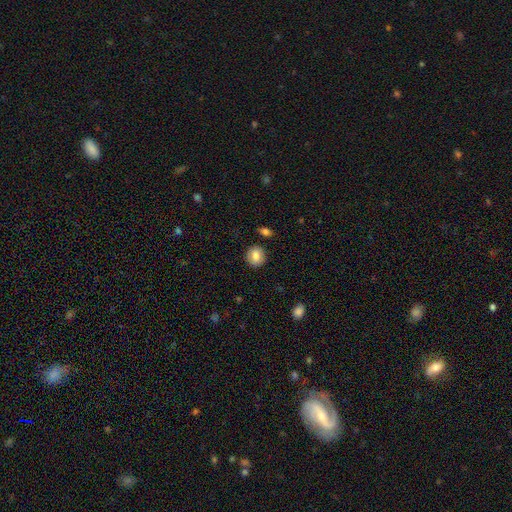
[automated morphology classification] smooth-or-featured: smooth: 82% | featured or disk: 10% | star or artifact: 8%
  how-rounded: round: 87% | in between: 12% | cigar-shaped: 1%
  merging: none: 88% | minor disturbance: 7% | merger: 2% | major disturbance: 2%